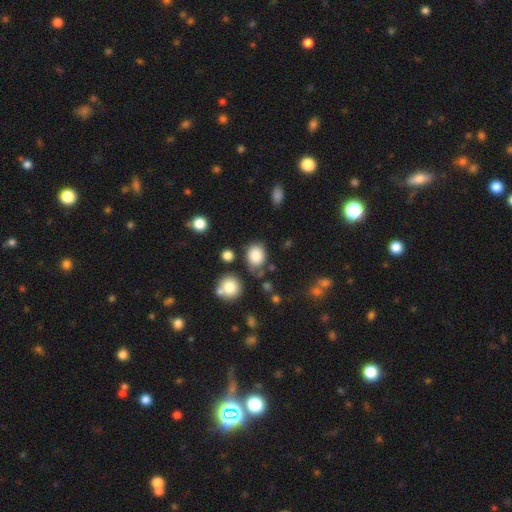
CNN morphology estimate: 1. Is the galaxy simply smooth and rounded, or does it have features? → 84% smooth, 10% star or artifact, 7% featured or disk.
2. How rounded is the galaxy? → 51% round, 48% in between, 1% cigar-shaped.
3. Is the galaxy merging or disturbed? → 65% none, 21% minor disturbance, 8% merger, 7% major disturbance.